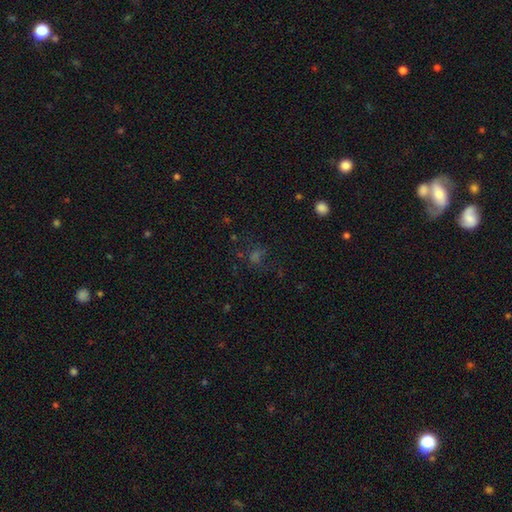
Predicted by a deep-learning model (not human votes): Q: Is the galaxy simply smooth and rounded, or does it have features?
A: star or artifact — 44%.